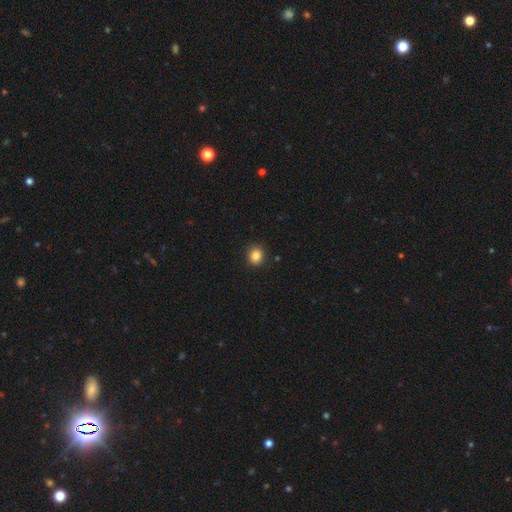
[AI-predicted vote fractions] Overall: smooth (84%). How rounded: round (82%). Merging: none (90%).